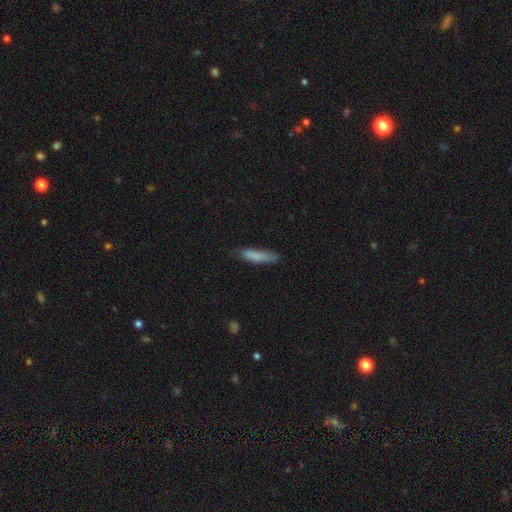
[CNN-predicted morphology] This appears to be a smooth galaxy with no disk features (82%) that is cigar-shaped (77%). Merging: none (63%).